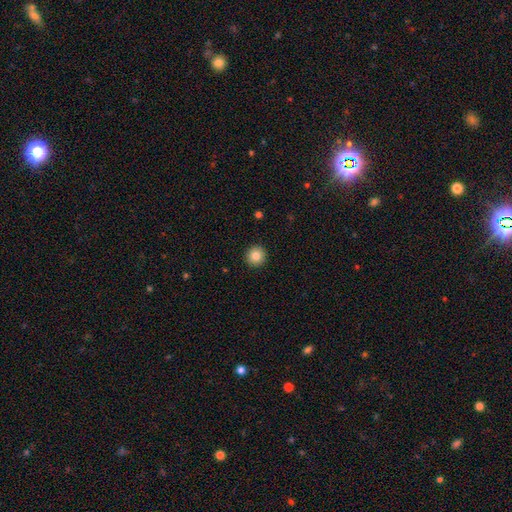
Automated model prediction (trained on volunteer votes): Smooth or featured: smooth — 84% (star or artifact — 9%)
How rounded: round — 94% (in between — 5%)
Merging: none — 93% (minor disturbance — 5%)